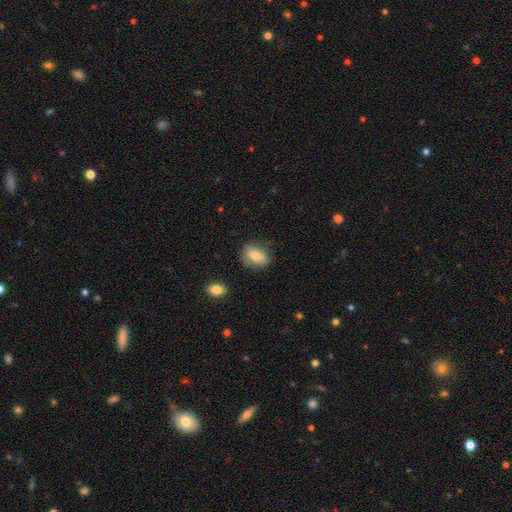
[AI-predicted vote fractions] Overall: smooth (71%). How rounded: in between (70%). Merging: none (79%).